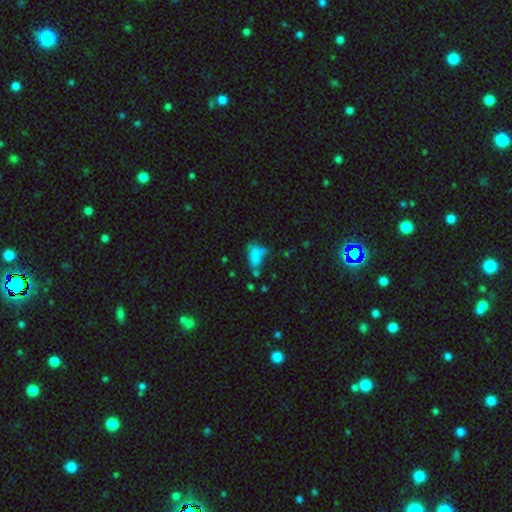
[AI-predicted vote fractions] Overall: smooth (69%). How rounded: in between (87%). Merging: none (39%; minor disturbance 26%).